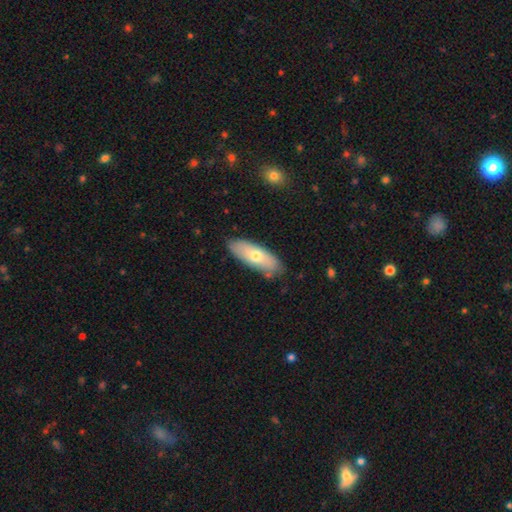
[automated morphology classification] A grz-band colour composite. It shows a smooth galaxy with no disk features (64%) that is in between round and cigar-shaped (68%). Merging: none (82%).